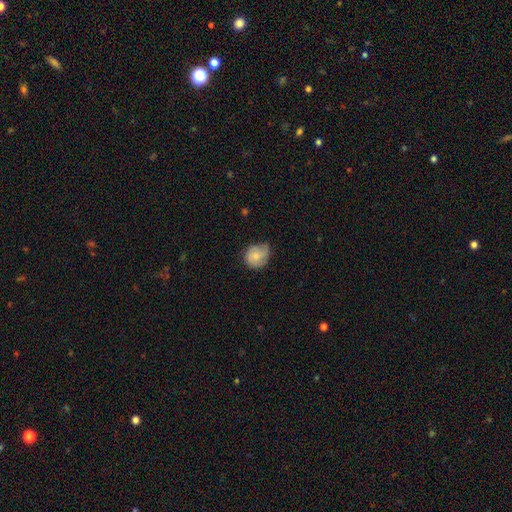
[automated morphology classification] The model was most divided on "merging": none: 46%, minor disturbance: 42%, major disturbance: 10%, merger: 2%. More confident: smooth or featured — smooth (71%); how rounded — round (70%).